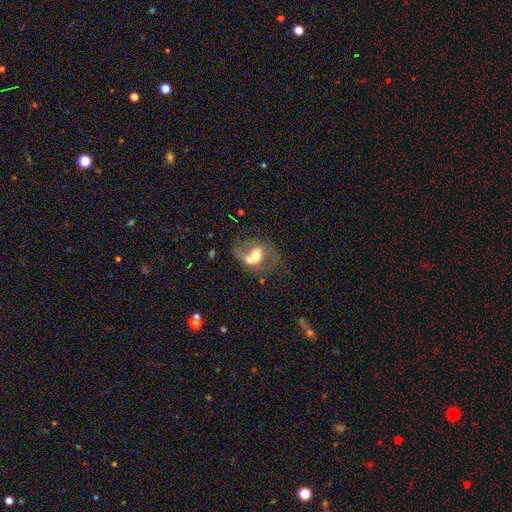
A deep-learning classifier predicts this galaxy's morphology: smooth-or-featured: featured or disk: 51% | smooth: 39% | star or artifact: 10%
  disk-edge-on: no: 96% | yes: 4%
  merging: merger: 41% | none: 28% | major disturbance: 16% | minor disturbance: 15%